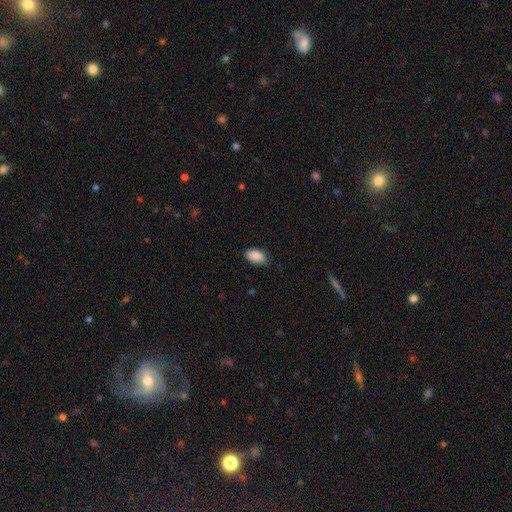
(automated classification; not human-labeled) A smooth galaxy with no disk features (89%) that is in between round and cigar-shaped (94%). Merging: none (78%).